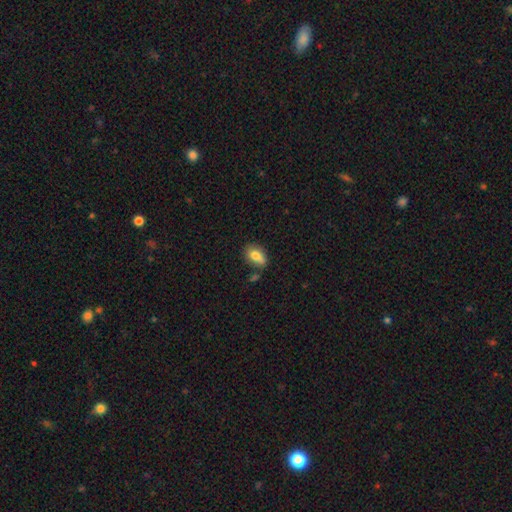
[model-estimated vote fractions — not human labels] Q: Smooth or featured?
A: smooth (79%); runner-up: featured or disk (12%)
Q: How rounded?
A: in between (86%); runner-up: round (11%)
Q: Merging?
A: none (58%); runner-up: minor disturbance (26%)